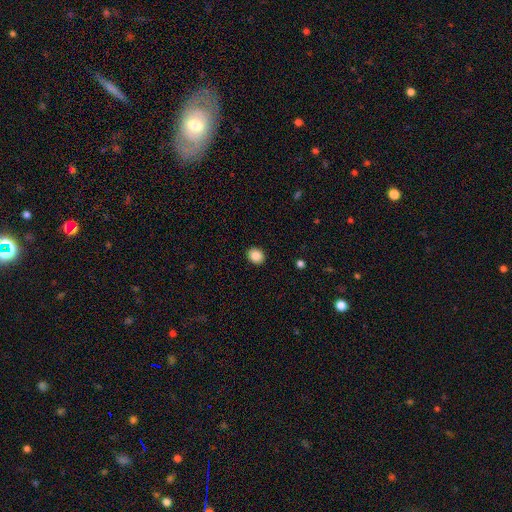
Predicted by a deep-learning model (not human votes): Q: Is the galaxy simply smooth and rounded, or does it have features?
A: smooth — 87%.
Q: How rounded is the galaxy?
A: round — 63%.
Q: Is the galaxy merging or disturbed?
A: none — 91%.